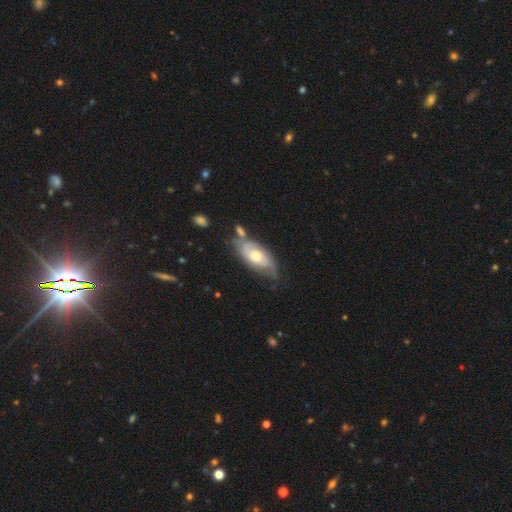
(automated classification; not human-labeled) Smooth or featured? Predicted: featured or disk (p=0.57). Edge-on disk? Predicted: no (p=0.87). Merging? Predicted: none (p=0.55).